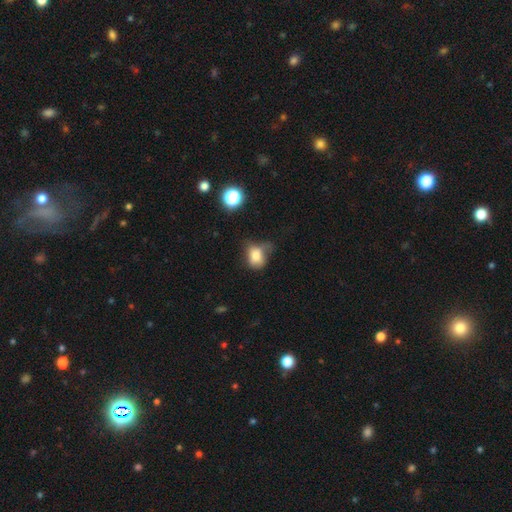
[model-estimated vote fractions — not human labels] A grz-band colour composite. It shows a smooth galaxy with no disk features (73%) that is in between round and cigar-shaped (57%). Merging: minor disturbance (35%).